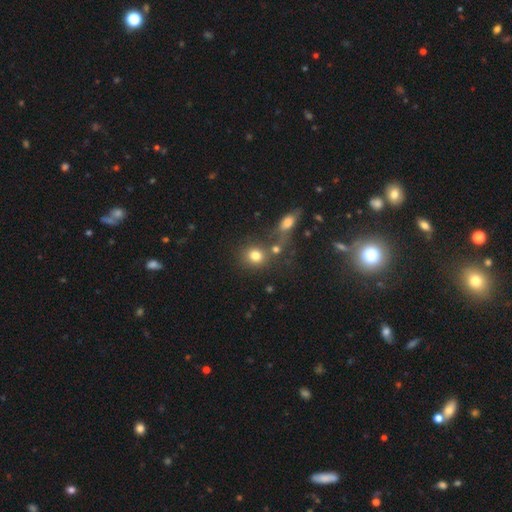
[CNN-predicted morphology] This appears to be a smooth galaxy with no disk features (78%) that is round (79%). Merging: none (58%).